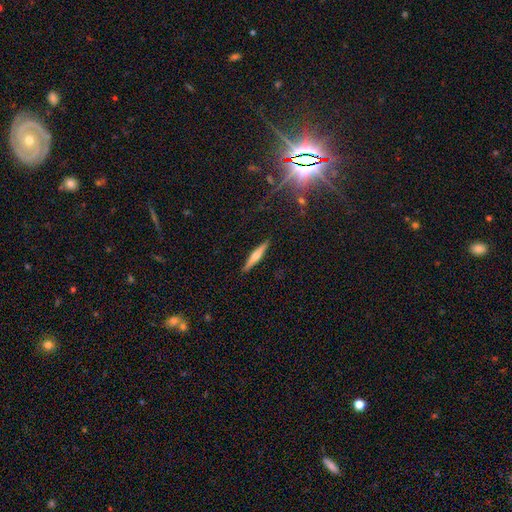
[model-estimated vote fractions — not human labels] This is possibly a featured or disk galaxy (49%). Merging: clearly none (91%).